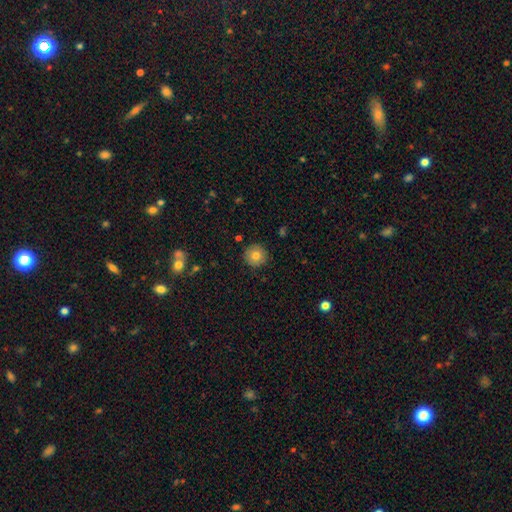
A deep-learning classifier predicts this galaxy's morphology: Q: Smooth or featured?
A: smooth (80%); runner-up: featured or disk (10%)
Q: How rounded?
A: round (95%); runner-up: in between (4%)
Q: Merging?
A: none (90%); runner-up: minor disturbance (7%)